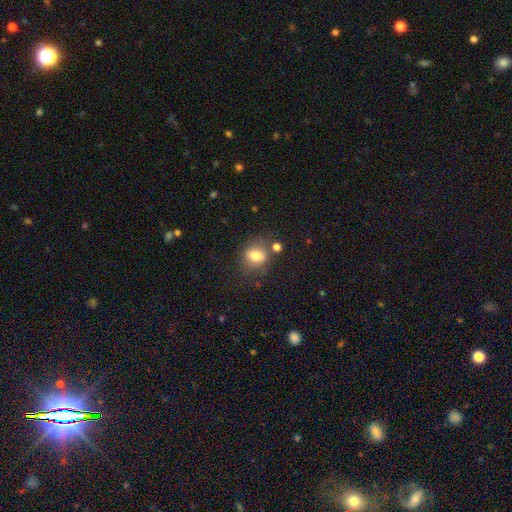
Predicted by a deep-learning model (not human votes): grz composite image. It shows a smooth galaxy with no disk features (77%) that is in between round and cigar-shaped (53%). Merging: none (67%).